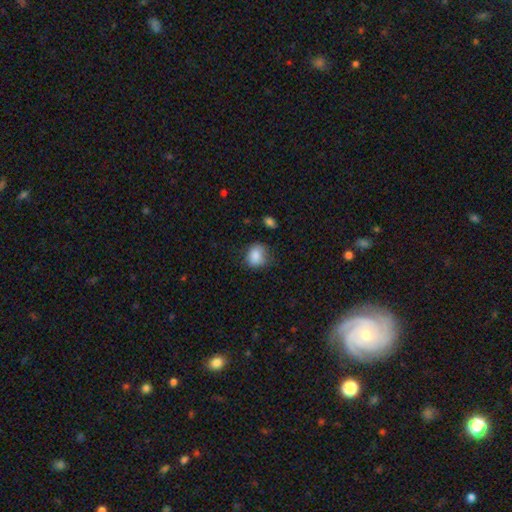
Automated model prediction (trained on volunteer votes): smooth_or_featured: smooth (p=0.85) [alt: star or artifact p=0.09]
how_rounded: round (p=0.65) [alt: in between p=0.34]
merging: none (p=0.62) [alt: minor disturbance p=0.28]